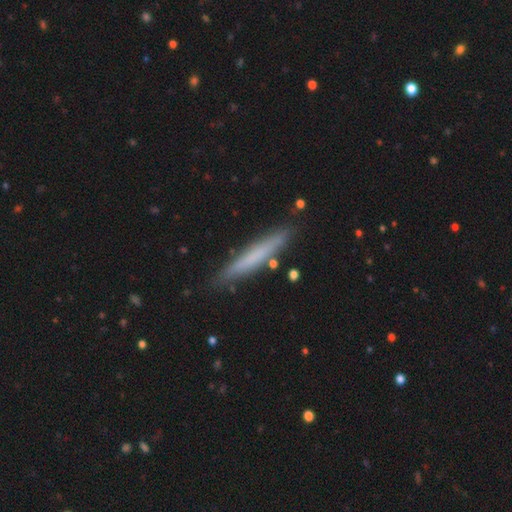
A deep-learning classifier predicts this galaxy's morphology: This appears to be a smooth galaxy with no disk features (60%) that is cigar-shaped (94%). Merging: none (85%).